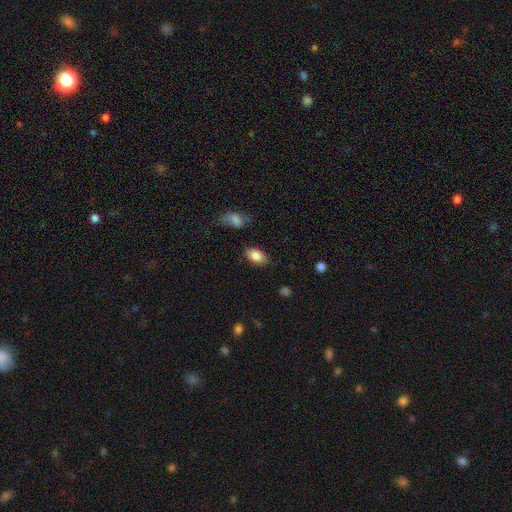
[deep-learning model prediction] Smooth or featured?
  - smooth: 84% *
  - featured or disk: 8%
  - star or artifact: 8%
How rounded?
  - in between: 88% *
  - round: 10%
  - cigar-shaped: 2%
Merging?
  - none: 81% *
  - minor disturbance: 13%
  - major disturbance: 3%
  - merger: 2%